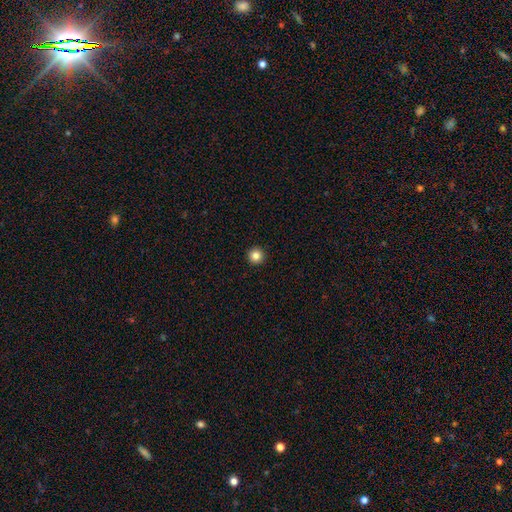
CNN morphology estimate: Overall: smooth (84%). How rounded: round (97%). Merging: none (94%).